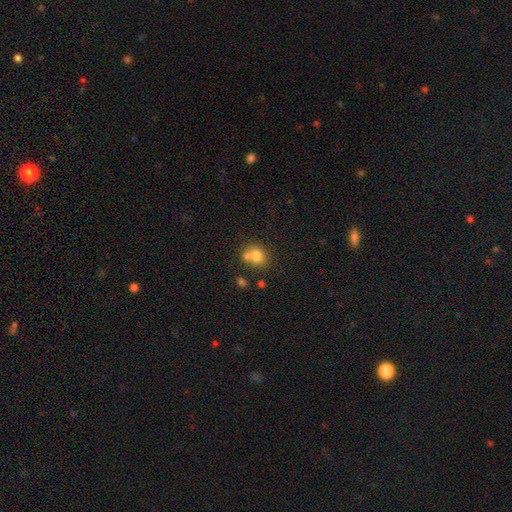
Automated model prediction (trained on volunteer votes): A smooth galaxy with no disk features (77%) that is round (69%).

Vote fractions:
- Smooth or featured? smooth: 77% / featured or disk: 12% / star or artifact: 11%
- How rounded? round: 69% / in between: 30% / cigar-shaped: 1%
- Merging? none: 49% / merger: 36% / minor disturbance: 11% / major disturbance: 4%